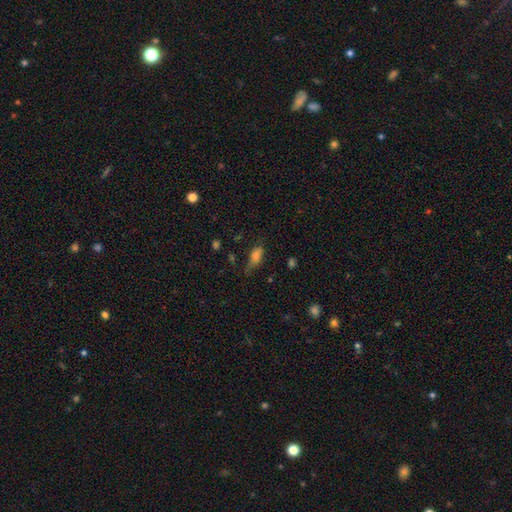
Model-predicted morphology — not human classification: Q: Smooth or featured?
A: smooth (69%); runner-up: featured or disk (18%)
Q: How rounded?
A: in between (72%); runner-up: cigar-shaped (21%)
Q: Merging?
A: none (48%); runner-up: minor disturbance (33%)